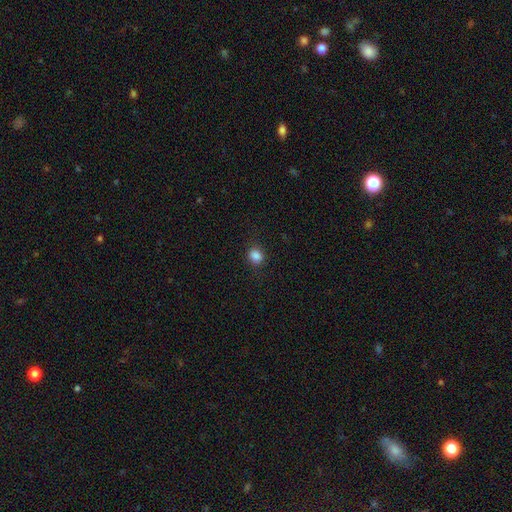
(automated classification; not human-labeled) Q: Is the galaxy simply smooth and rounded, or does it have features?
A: smooth — 85%.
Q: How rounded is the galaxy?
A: round — 71%.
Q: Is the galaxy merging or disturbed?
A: none — 85%.